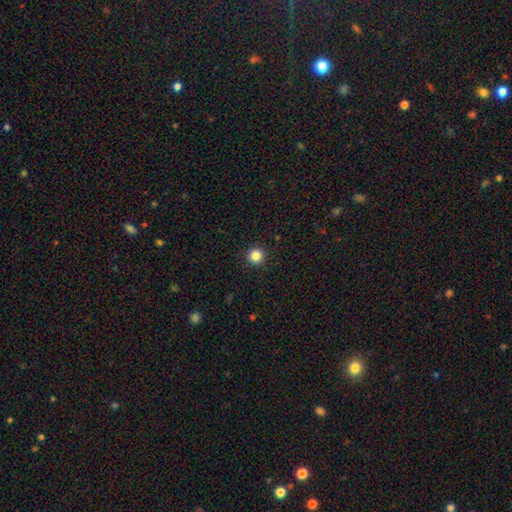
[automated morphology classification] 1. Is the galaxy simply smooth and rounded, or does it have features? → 85% smooth, 11% star or artifact, 3% featured or disk.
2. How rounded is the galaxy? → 96% round, 3% in between, 1% cigar-shaped.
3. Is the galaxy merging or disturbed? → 93% none, 5% minor disturbance, 2% major disturbance, 1% merger.